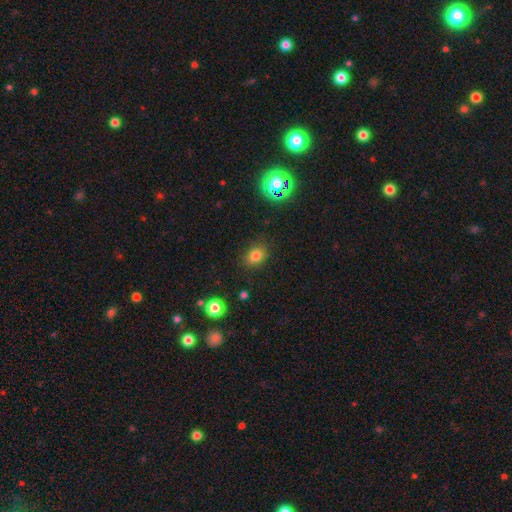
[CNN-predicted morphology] Smooth or featured? Predicted: smooth (p=0.77). How rounded? Predicted: in between (p=0.54). Merging? Predicted: none (p=0.84).